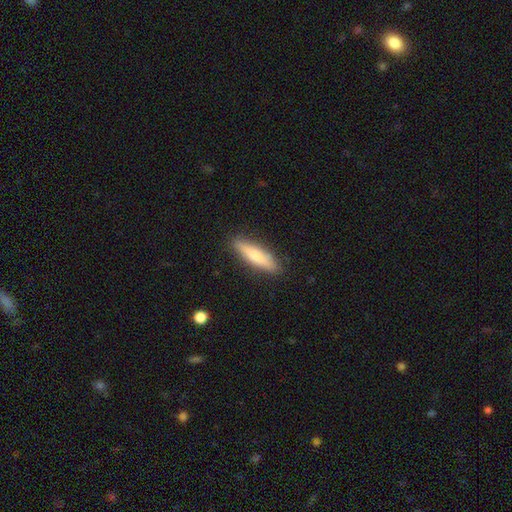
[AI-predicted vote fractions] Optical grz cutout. It shows a smooth galaxy with no disk features (73%) that is cigar-shaped (79%). Merging: none (88%).